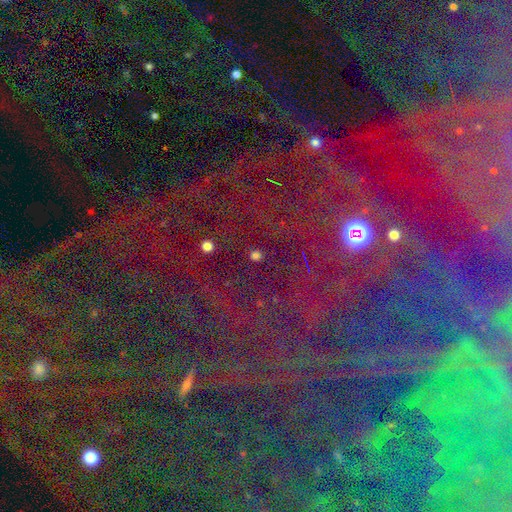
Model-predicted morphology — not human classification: Smooth or featured: smooth — 66% (star or artifact — 29%)
How rounded: round — 83% (in between — 15%)
Merging: none — 87% (minor disturbance — 6%)